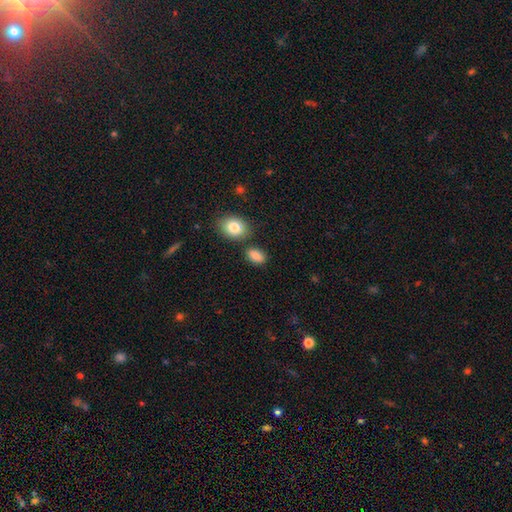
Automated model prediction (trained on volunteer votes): smooth-or-featured: smooth: 85% | star or artifact: 9% | featured or disk: 6%
  how-rounded: in between: 83% | round: 15% | cigar-shaped: 2%
  merging: none: 76% | minor disturbance: 12% | merger: 9% | major disturbance: 3%